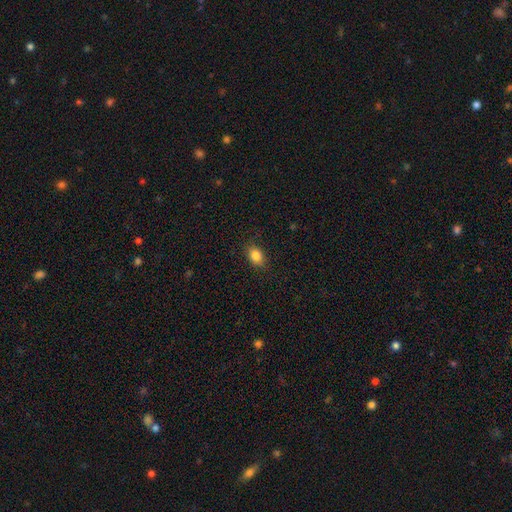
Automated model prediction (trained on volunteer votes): Morphology: type=smooth (86%); roundness=in between (72%); merging=none (85%).